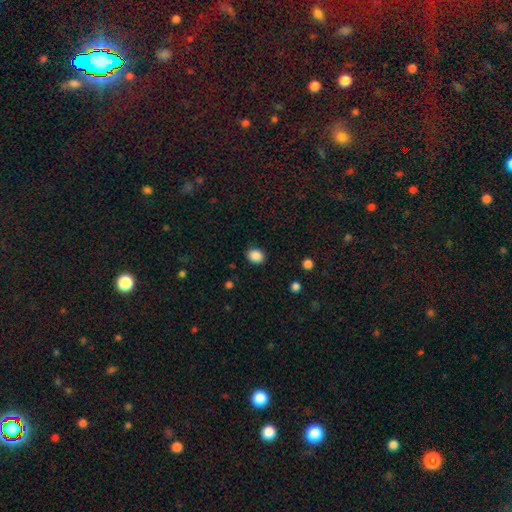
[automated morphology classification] type=smooth (88%); roundness=round (54%); merging=none (88%).